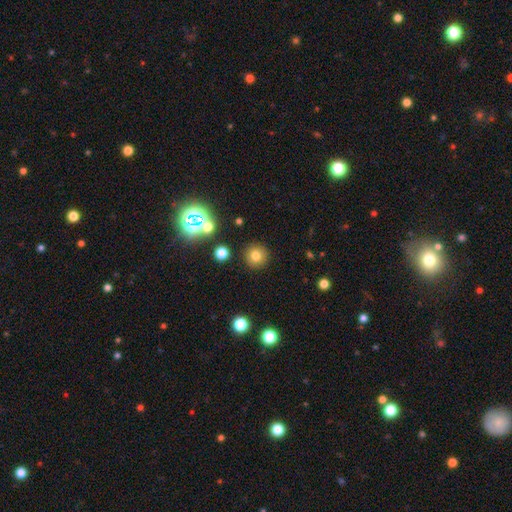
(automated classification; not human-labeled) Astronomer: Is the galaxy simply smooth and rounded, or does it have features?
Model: smooth — 76%.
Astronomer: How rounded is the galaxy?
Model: round — 94%.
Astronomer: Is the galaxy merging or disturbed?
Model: none — 89%.